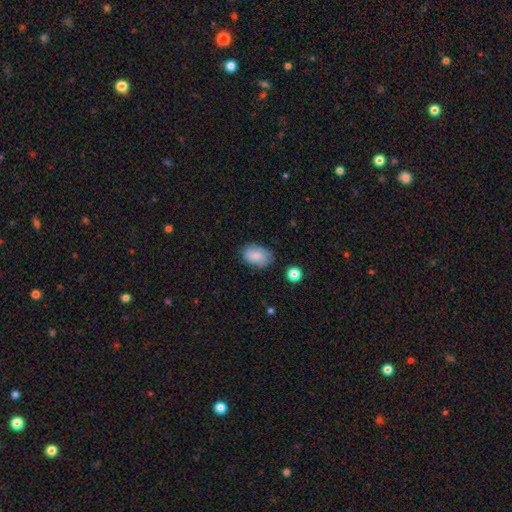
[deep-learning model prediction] Smooth or featured? Predicted: smooth (p=0.78). How rounded? Predicted: in between (p=0.87). Merging? Predicted: none (p=0.73).